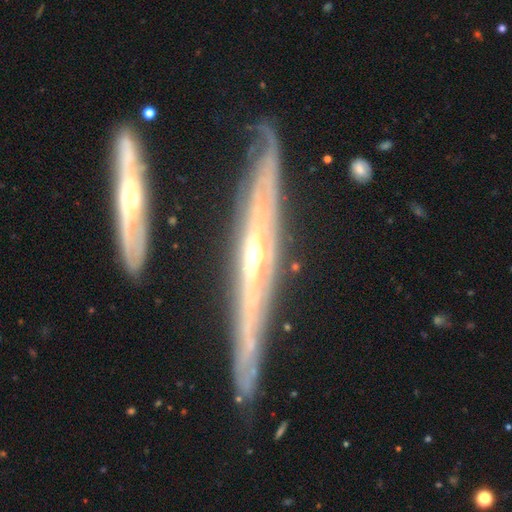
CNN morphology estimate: type=featured or disk (84%); edge-on=yes (85%); edge-on bulge=rounded (72%); merging=none (79%).